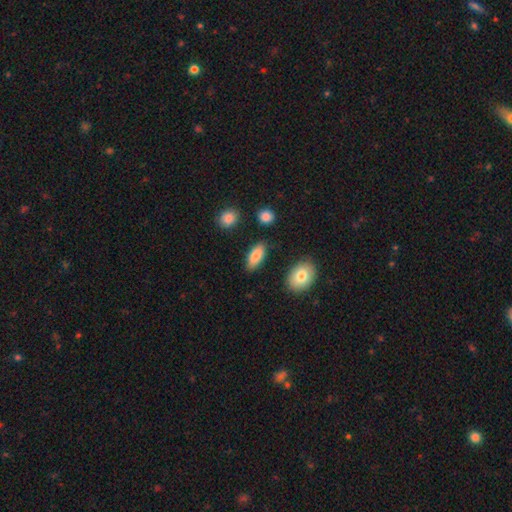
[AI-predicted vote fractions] Morphology: type=smooth (82%); roundness=in between (87%); merging=none (83%).